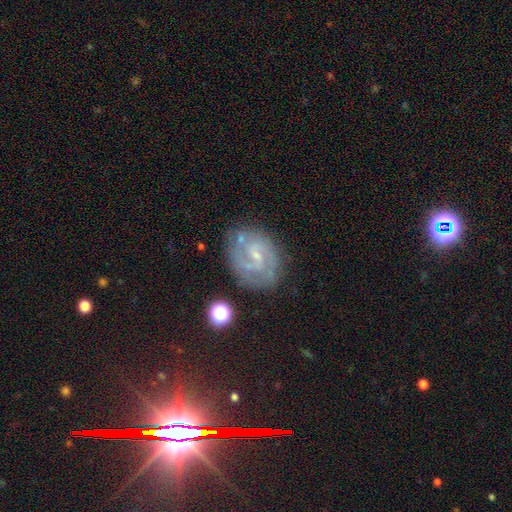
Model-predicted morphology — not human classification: The model was most divided on "spiral winding": medium: 49%, tight: 37%, loose: 14%. More confident: edge-on disk — no (97%); spiral arms — yes (95%); smooth or featured — featured or disk (84%); spiral arm count — 2 (78%); merging — none (73%); bulge size — small (73%); bar — weak (56%).